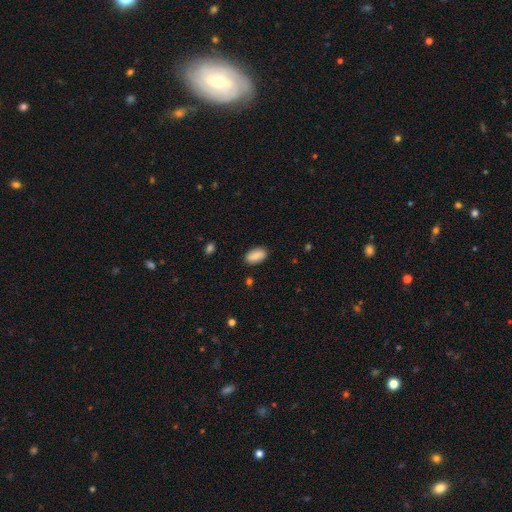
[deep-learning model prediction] Smooth or featured: smooth — 87% (star or artifact — 7%)
How rounded: in between — 93% (round — 4%)
Merging: none — 87% (minor disturbance — 10%)